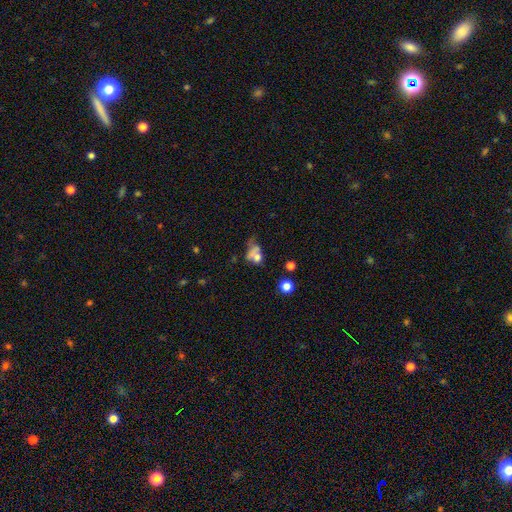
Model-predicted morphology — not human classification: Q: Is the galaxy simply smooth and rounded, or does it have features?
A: smooth — 55%.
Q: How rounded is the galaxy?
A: in between — 59%.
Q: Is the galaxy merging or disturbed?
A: merger — 34%.